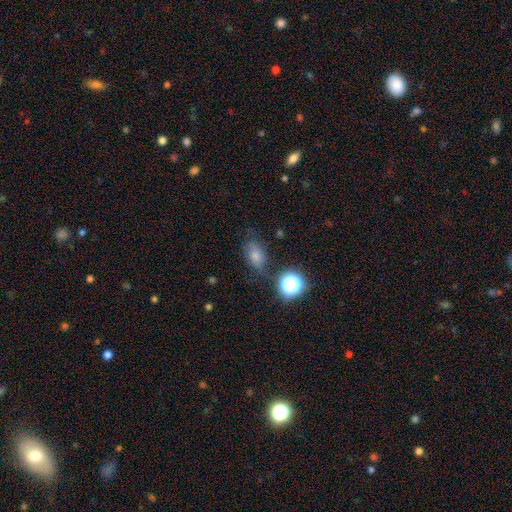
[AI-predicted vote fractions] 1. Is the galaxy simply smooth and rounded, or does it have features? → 57% smooth, 25% star or artifact, 17% featured or disk.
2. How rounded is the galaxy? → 73% in between, 24% round, 3% cigar-shaped.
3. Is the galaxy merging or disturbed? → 67% none, 21% minor disturbance, 8% major disturbance, 4% merger.